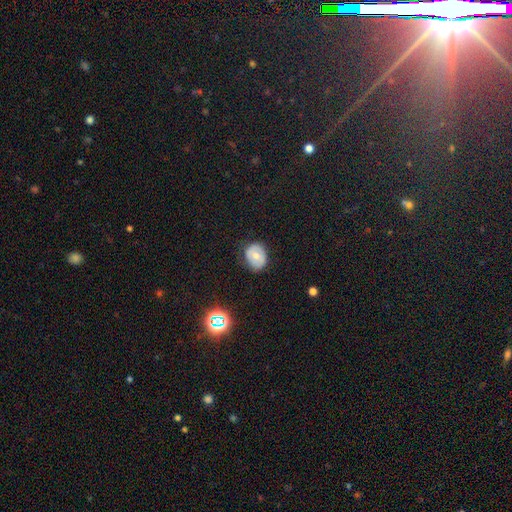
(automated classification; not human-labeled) Q: Smooth or featured?
A: smooth (54%); runner-up: featured or disk (36%)
Q: How rounded?
A: round (52%); runner-up: in between (48%)
Q: Merging?
A: none (76%); runner-up: minor disturbance (19%)